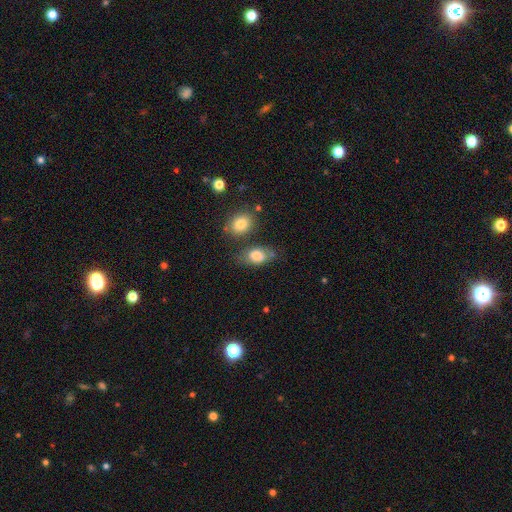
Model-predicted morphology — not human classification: smooth_or_featured: smooth (p=0.79) [alt: featured or disk p=0.13]
how_rounded: in between (p=0.82) [alt: round p=0.16]
merging: none (p=0.54) [alt: minor disturbance p=0.22]